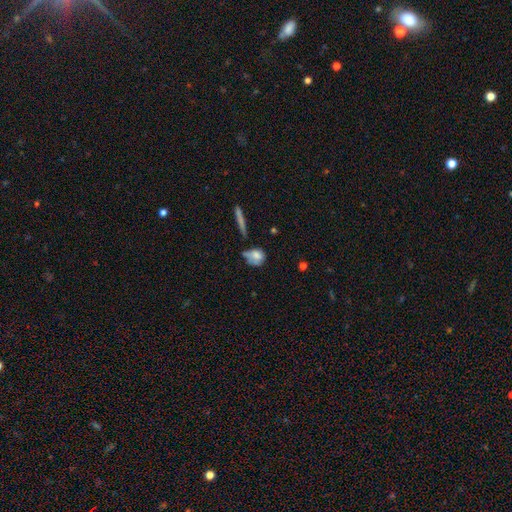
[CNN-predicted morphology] Smooth or featured? smooth (69%)
How rounded? in between (50%)
Merging? none (35%)